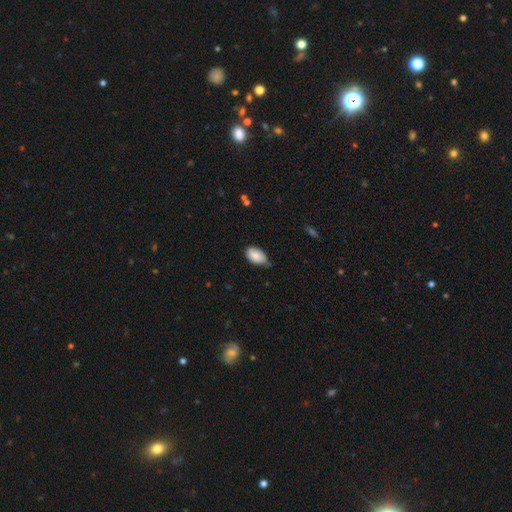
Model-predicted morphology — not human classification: Smooth or featured? smooth (84%)
How rounded? in between (92%)
Merging? none (57%)